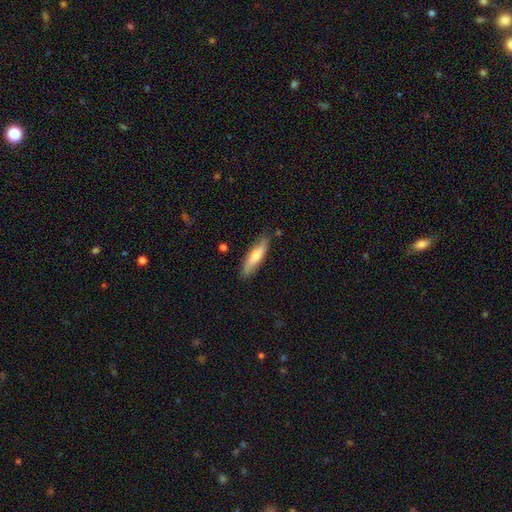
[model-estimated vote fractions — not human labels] Q: Smooth or featured?
A: smooth (63%); runner-up: featured or disk (31%)
Q: How rounded?
A: cigar-shaped (74%); runner-up: in between (25%)
Q: Merging?
A: none (83%); runner-up: minor disturbance (13%)